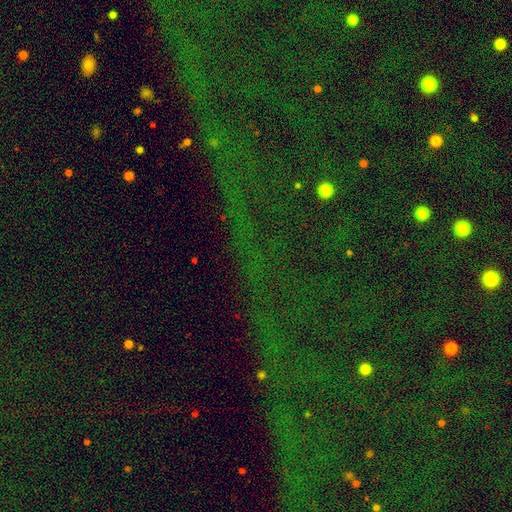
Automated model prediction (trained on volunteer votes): Smooth or featured: star or artifact — 83% (smooth — 9%)